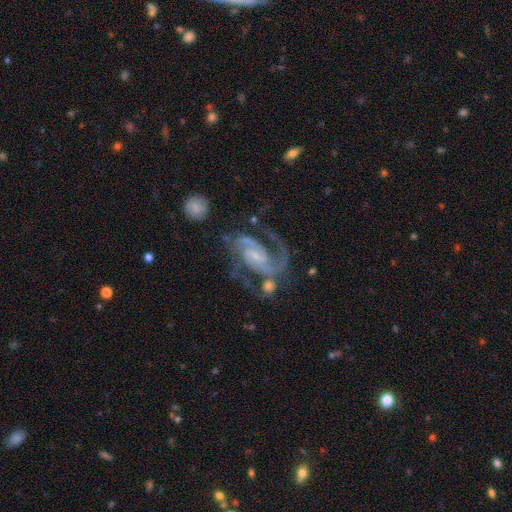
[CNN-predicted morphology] The model was most divided on "bar": no: 44%, weak: 38%, strong: 17%. More confident: spiral arms — yes (98%); edge-on disk — no (98%); smooth or featured — featured or disk (92%); spiral arm count — 2 (83%); bulge size — small (70%); spiral winding — medium (57%); merging — none (56%).